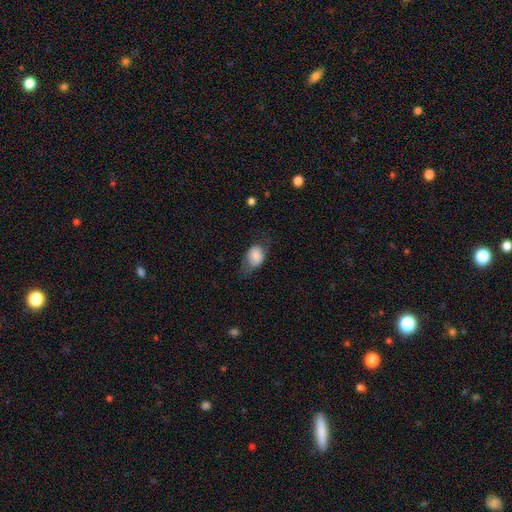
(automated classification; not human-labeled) Overall: smooth (73%). How rounded: in between (72%). Merging: none (53%; minor disturbance 27%).